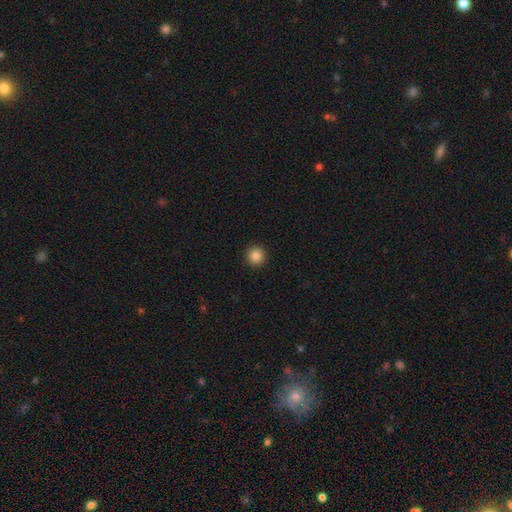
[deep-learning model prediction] This is clearly a smooth galaxy (85%). How rounded: clearly round (95%). Merging: clearly none (93%).